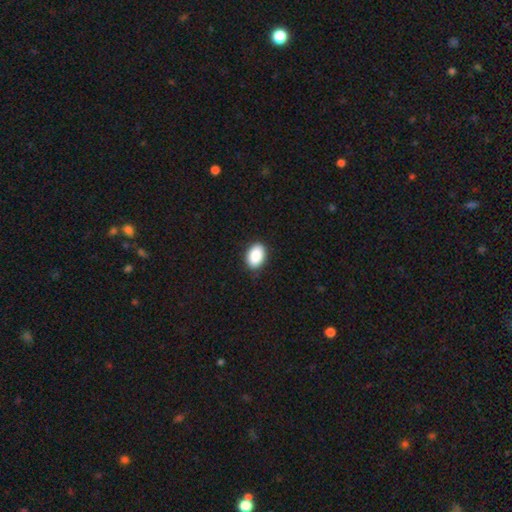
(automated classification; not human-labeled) Overall: smooth (89%). How rounded: in between (87%). Merging: none (87%).